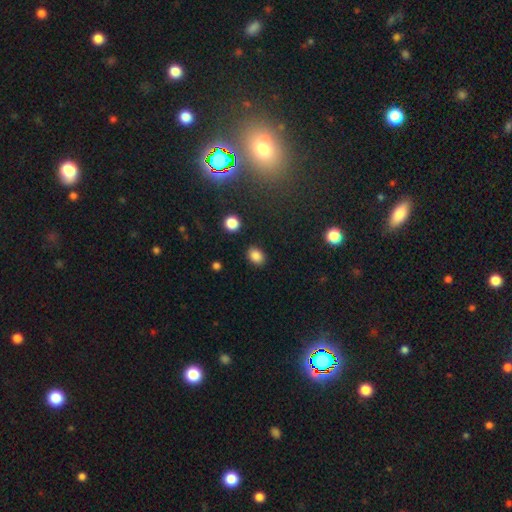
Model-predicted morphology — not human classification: Smooth or featured? smooth (85%)
How rounded? in between (69%)
Merging? none (86%)